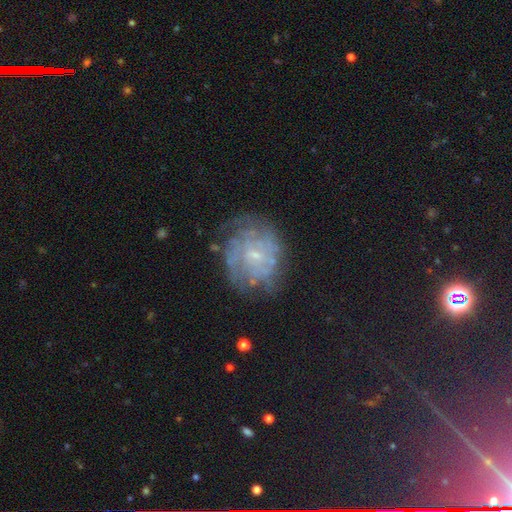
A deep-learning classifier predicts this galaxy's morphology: type=featured or disk (71%); edge-on=no (98%); bar=no (62%); spiral arms=yes (76%); winding=tight (61%); arm count=can't tell (59%); bulge=small (74%); merging=none (61%).